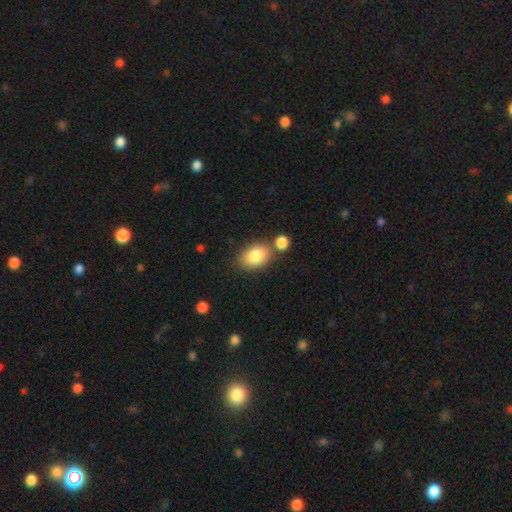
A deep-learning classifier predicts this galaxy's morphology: Overall: smooth (84%). How rounded: in between (85%). Merging: none (67%).